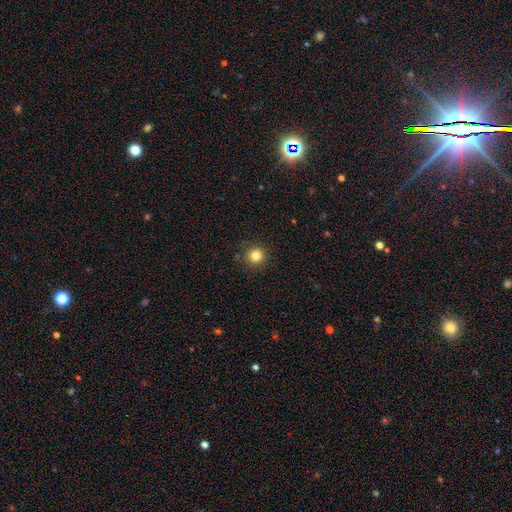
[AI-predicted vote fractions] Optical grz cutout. It shows a smooth galaxy with no disk features (83%) that is round (95%). Merging: none (91%).